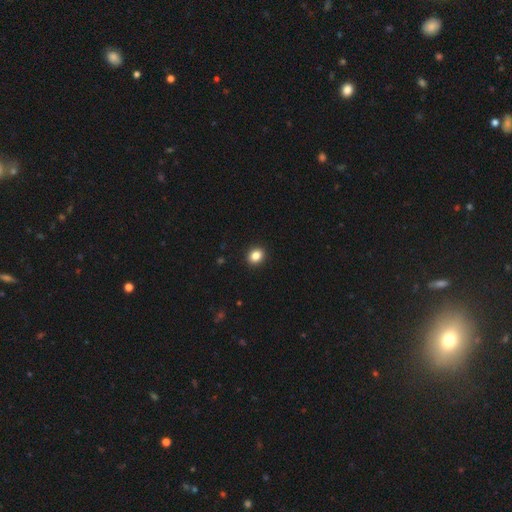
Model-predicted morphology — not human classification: This is clearly a smooth galaxy (85%). How rounded: likely round (66%). Merging: clearly none (92%).